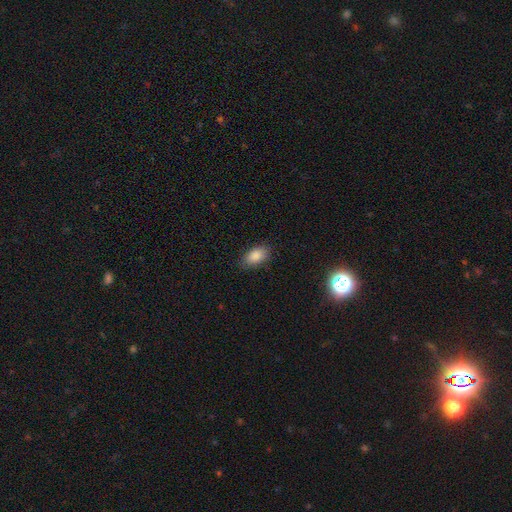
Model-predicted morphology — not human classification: Smooth or featured? smooth (87%)
How rounded? in between (91%)
Merging? none (84%)